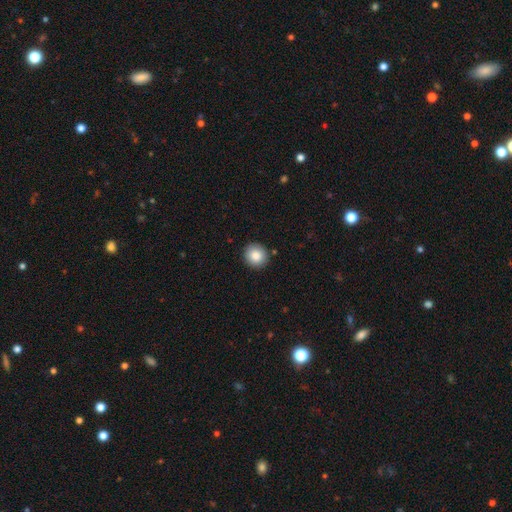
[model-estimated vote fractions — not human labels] Morphology: type=smooth (86%); roundness=round (90%); merging=none (90%).